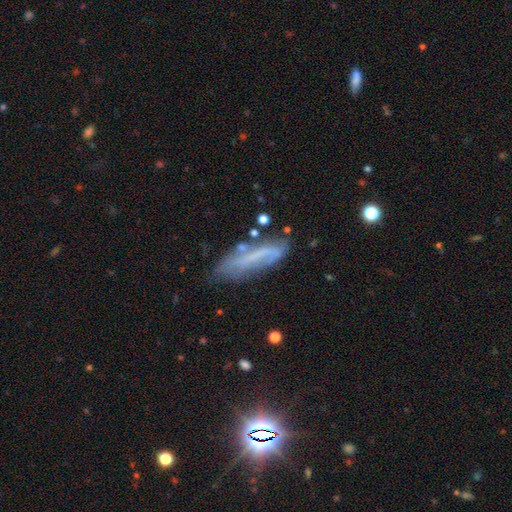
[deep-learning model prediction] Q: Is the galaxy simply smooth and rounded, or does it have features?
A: featured or disk — 48%.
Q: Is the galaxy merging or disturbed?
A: none — 62%.